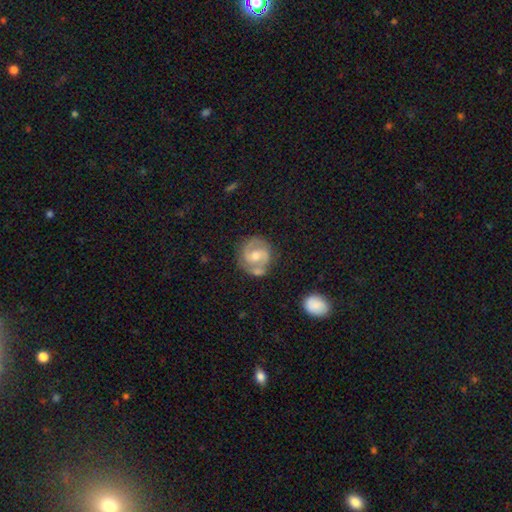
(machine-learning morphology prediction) This is likely a featured or disk galaxy (80%). It is clearly not viewed edge-on (98%). Bar: possibly weak (48%). Spiral arm pattern: clearly yes (94%). Spiral arm count: clearly 2 (89%). Spiral winding: possibly medium (56%). Central bulge: likely moderate (62%). Merging: likely none (67%).